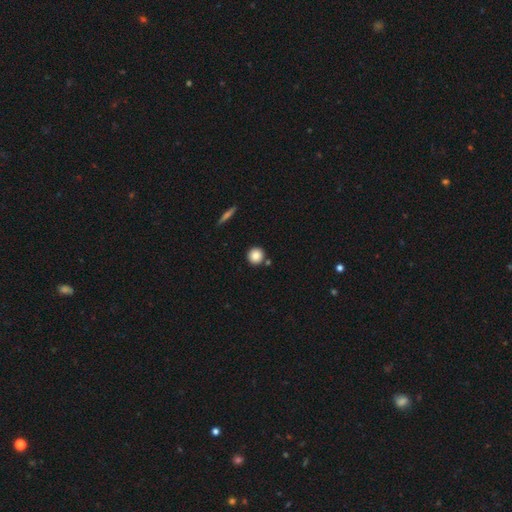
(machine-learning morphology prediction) type=smooth (85%); roundness=round (93%); merging=none (84%).